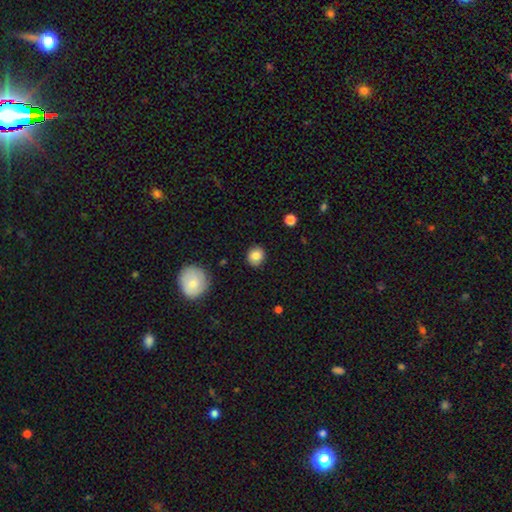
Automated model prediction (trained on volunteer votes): Smooth or featured? Predicted: smooth (p=0.83). How rounded? Predicted: round (p=0.79). Merging? Predicted: none (p=0.87).